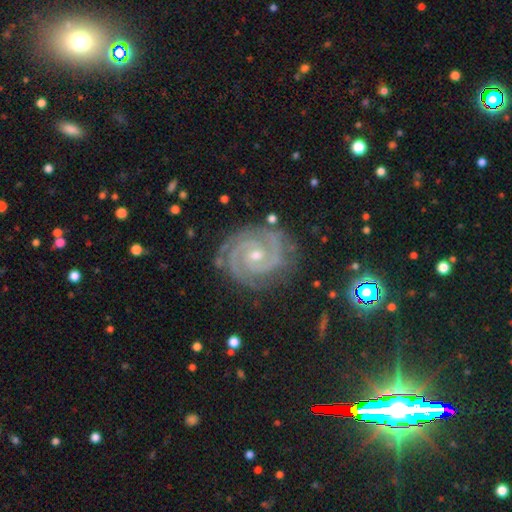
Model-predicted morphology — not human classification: Smooth or featured: featured or disk — 92% (star or artifact — 5%)
Edge-on disk: no — 98% (yes — 2%)
Bar: no — 62% (weak — 28%)
Spiral arms: yes — 99% (no — 1%)
Spiral winding: tight — 78% (medium — 20%)
Spiral arm count: 2 — 69% (3 — 17%)
Bulge size: small — 61% (moderate — 36%)
Merging: none — 80% (minor disturbance — 15%)